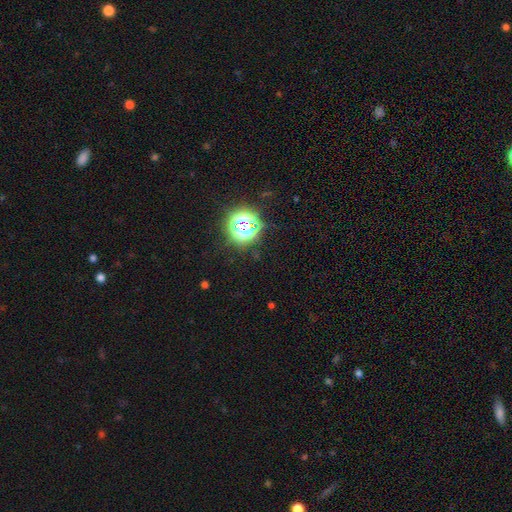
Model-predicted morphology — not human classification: Smooth or featured: star or artifact — 81% (smooth — 13%)